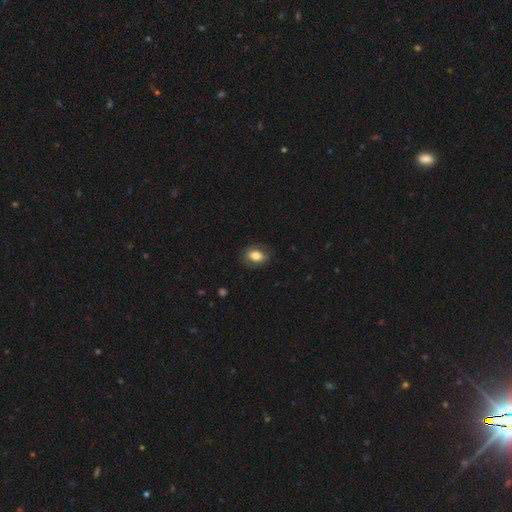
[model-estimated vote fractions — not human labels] Overall: smooth (74%). How rounded: in between (78%). Merging: none (78%).